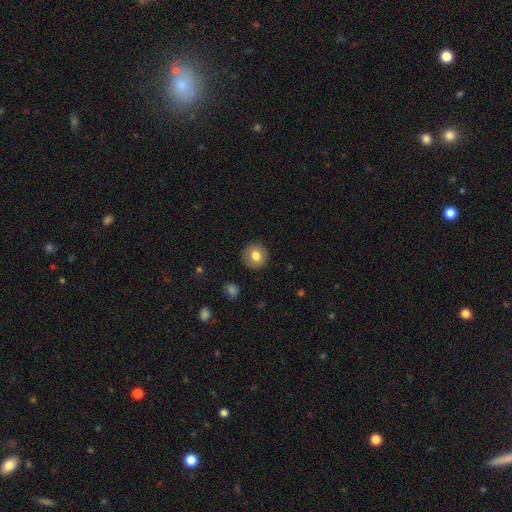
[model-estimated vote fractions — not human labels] Overall: smooth (79%). How rounded: round (93%). Merging: none (90%).